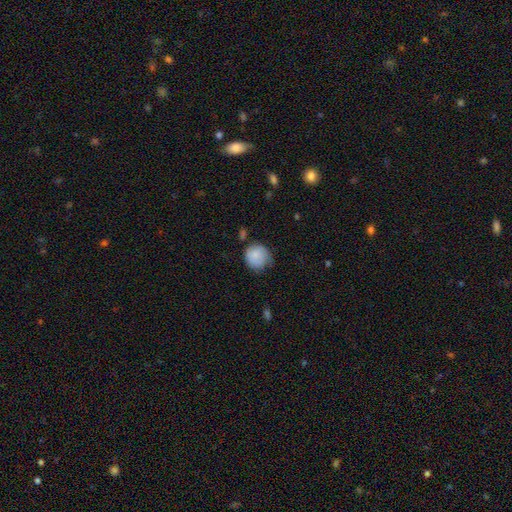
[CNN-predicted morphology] A smooth galaxy with no disk features (83%) that is round (88%). Merging: none (56%).